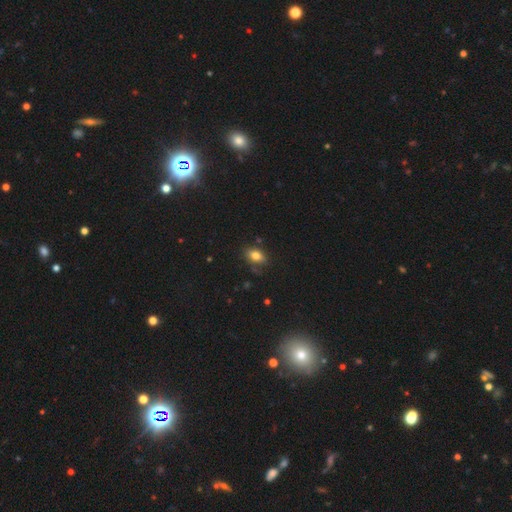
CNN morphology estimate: This is likely a smooth galaxy (79%). How rounded: clearly in between (84%). Merging: likely none (73%).